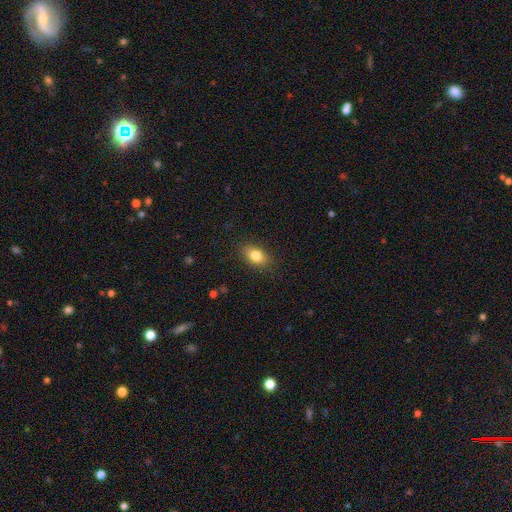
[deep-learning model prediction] The model was most divided on "how rounded": in between: 84%, round: 12%, cigar-shaped: 3%. More confident: merging — none (86%); smooth or featured — smooth (82%).